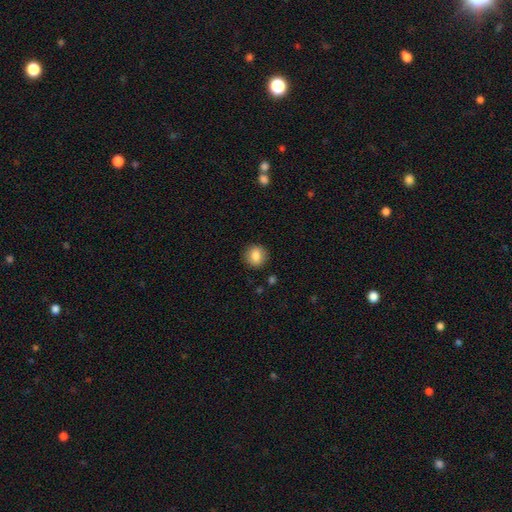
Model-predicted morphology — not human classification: A smooth galaxy with no disk features (84%) that is round (82%).

Vote fractions:
- Smooth or featured? smooth: 84% / star or artifact: 9% / featured or disk: 7%
- How rounded? round: 82% / in between: 17% / cigar-shaped: 1%
- Merging? none: 88% / minor disturbance: 8% / major disturbance: 2% / merger: 1%